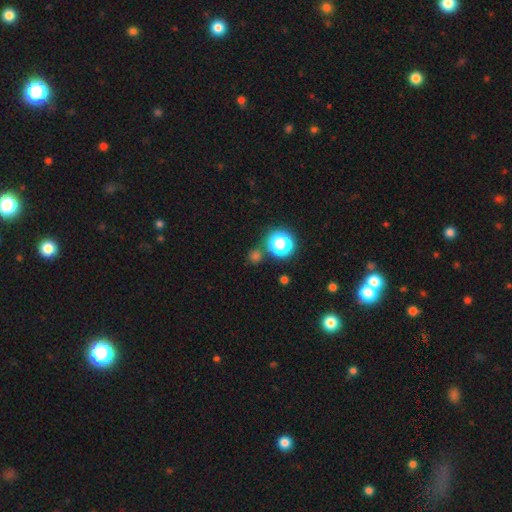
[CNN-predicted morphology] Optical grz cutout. It shows a smooth galaxy with no disk features (64%) that is round (90%). Merging: none (77%).